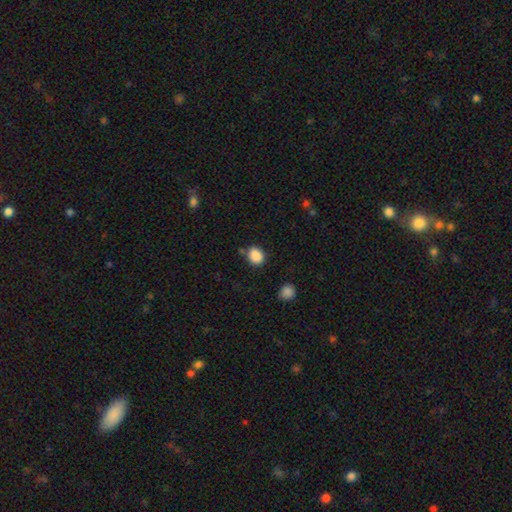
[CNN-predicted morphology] Smooth or featured?
  - smooth: 88% *
  - star or artifact: 9%
  - featured or disk: 3%
How rounded?
  - round: 51% *
  - in between: 48%
  - cigar-shaped: 1%
Merging?
  - none: 77% *
  - minor disturbance: 14%
  - merger: 6%
  - major disturbance: 4%